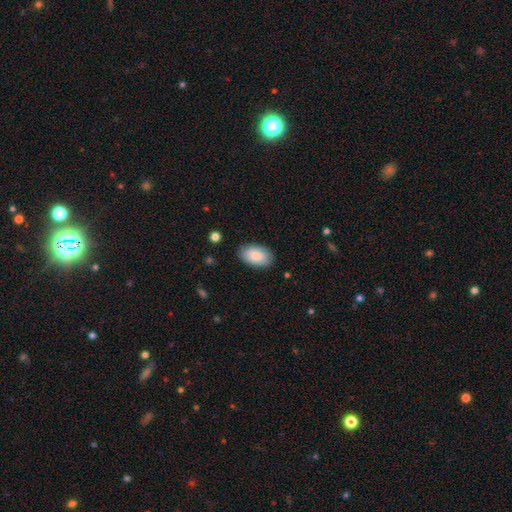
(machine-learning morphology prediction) This is clearly a smooth galaxy (86%). How rounded: clearly in between (95%). Merging: clearly none (86%).